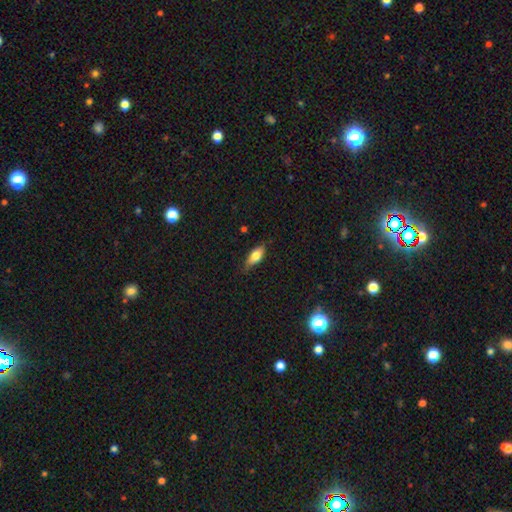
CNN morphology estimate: smooth_or_featured: smooth (p=0.72) [alt: featured or disk p=0.22]
how_rounded: in between (p=0.79) [alt: cigar-shaped p=0.18]
merging: none (p=0.76) [alt: minor disturbance p=0.19]